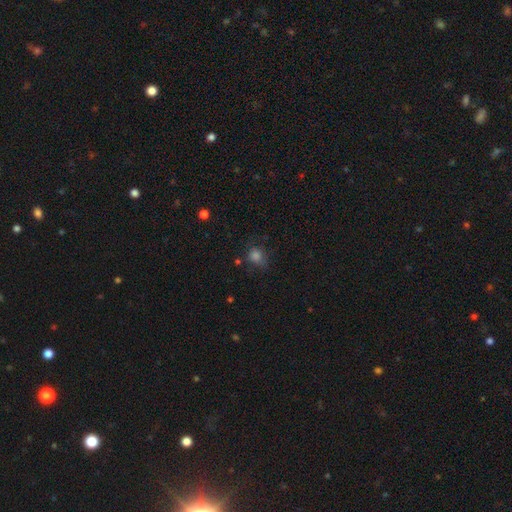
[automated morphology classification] A smooth galaxy with no disk features (76%) that is round (74%).

Vote fractions:
- Smooth or featured? smooth: 76% / star or artifact: 17% / featured or disk: 7%
- How rounded? round: 74% / in between: 25% / cigar-shaped: 1%
- Merging? none: 66% / minor disturbance: 21% / major disturbance: 9% / merger: 4%